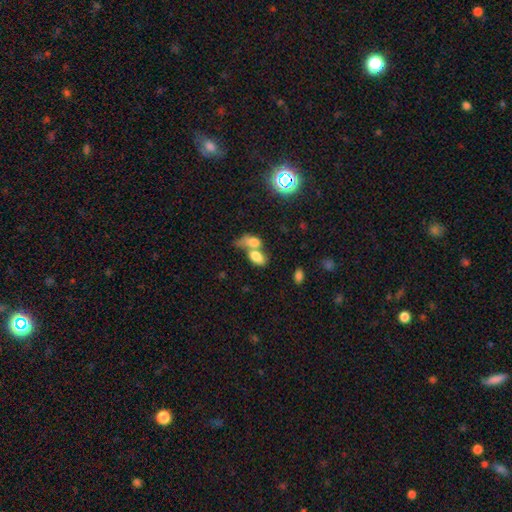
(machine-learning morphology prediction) The model was most divided on "merging": merger: 64%, none: 22%, minor disturbance: 8%, major disturbance: 6%. More confident: how rounded — in between (87%); smooth or featured — smooth (76%).